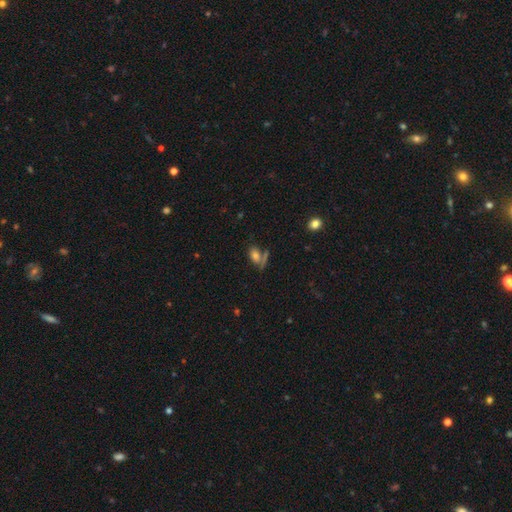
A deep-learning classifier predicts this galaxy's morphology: A smooth galaxy with no disk features (71%) that is in between round and cigar-shaped (85%). Merging: none (49%).